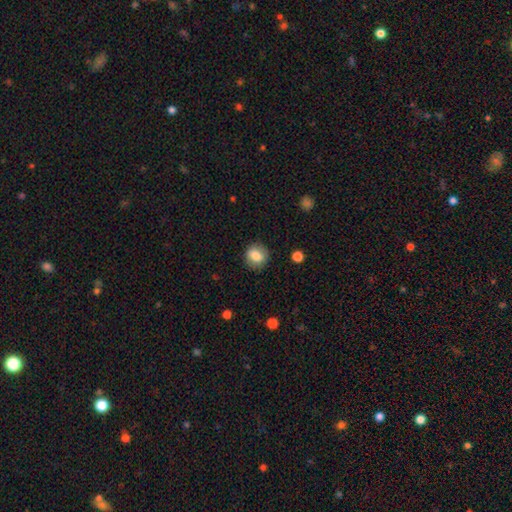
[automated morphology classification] The model was most divided on "how rounded": round: 75%, in between: 24%, cigar-shaped: 1%. More confident: merging — none (85%); smooth or featured — smooth (81%).